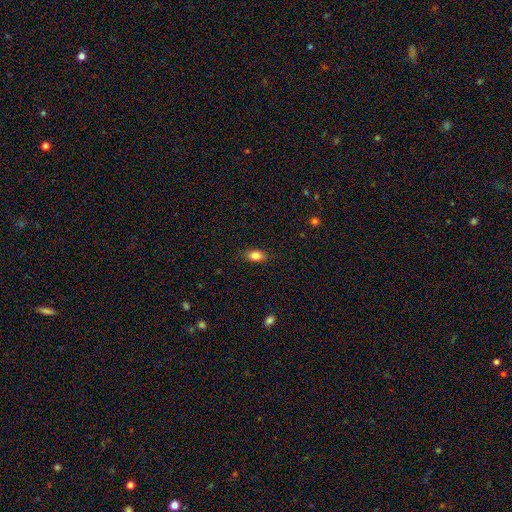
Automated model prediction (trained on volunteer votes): Smooth or featured?
  - smooth: 83% *
  - star or artifact: 9%
  - featured or disk: 8%
How rounded?
  - in between: 85% *
  - round: 11%
  - cigar-shaped: 4%
Merging?
  - none: 86% *
  - minor disturbance: 11%
  - major disturbance: 2%
  - merger: 1%